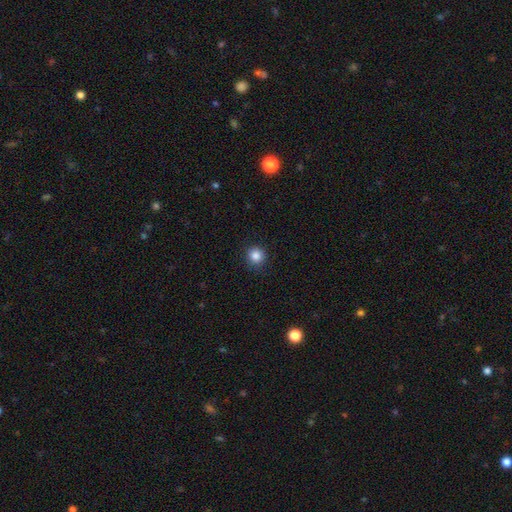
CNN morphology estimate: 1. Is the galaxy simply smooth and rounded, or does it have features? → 85% smooth, 11% star or artifact, 4% featured or disk.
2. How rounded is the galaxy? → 94% round, 5% in between, 1% cigar-shaped.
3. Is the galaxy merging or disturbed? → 90% none, 7% minor disturbance, 2% major disturbance, 1% merger.